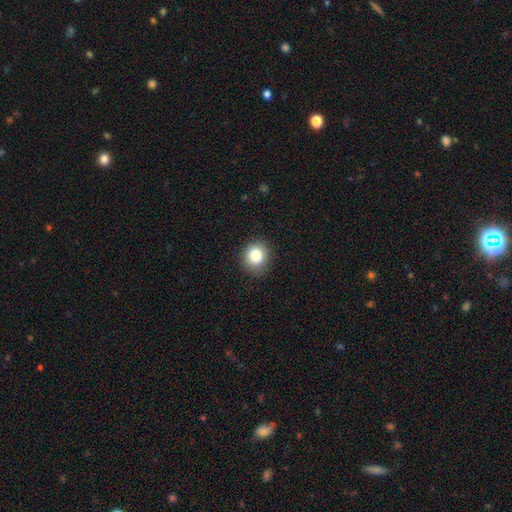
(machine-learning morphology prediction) Smooth or featured? Predicted: smooth (p=0.84). How rounded? Predicted: round (p=0.80). Merging? Predicted: none (p=0.86).